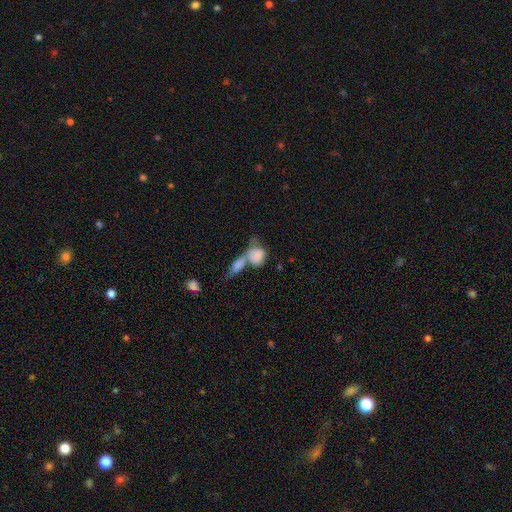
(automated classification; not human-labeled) This appears to be a smooth galaxy with no disk features (79%) that is in between round and cigar-shaped (60%). Merging: merger (68%).